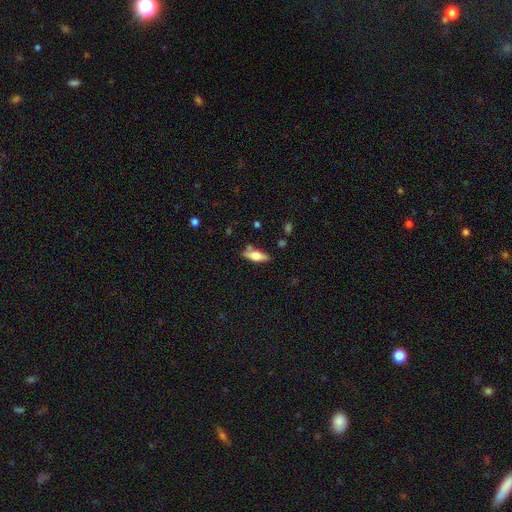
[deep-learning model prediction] Smooth or featured? smooth (59%)
How rounded? in between (63%)
Merging? none (69%)